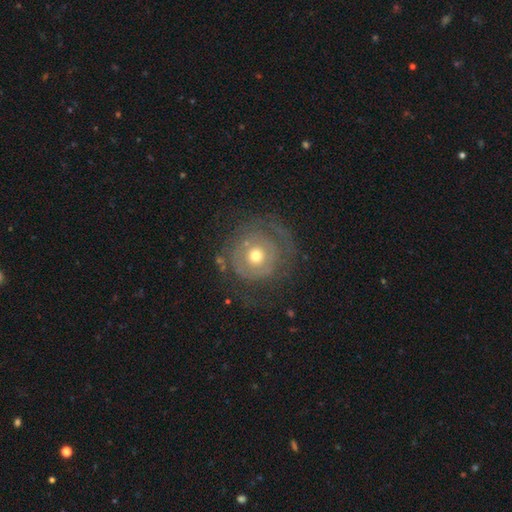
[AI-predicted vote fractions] Smooth or featured? featured or disk (57%)
Edge-on disk? no (96%)
Bar? no (89%)
Spiral arms? no (57%)
Bulge size? moderate (57%)
Merging? none (62%)